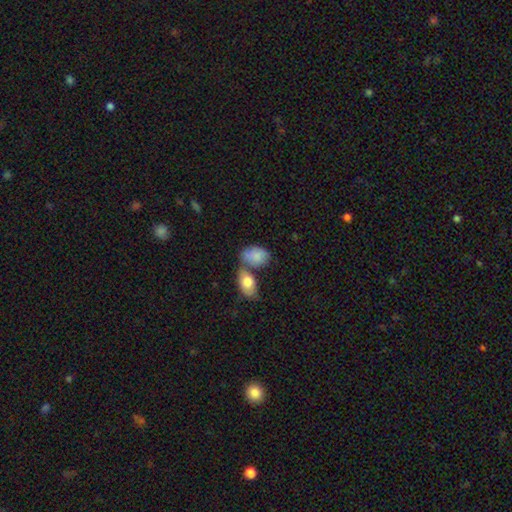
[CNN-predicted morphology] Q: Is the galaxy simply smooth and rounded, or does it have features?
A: smooth — 82%.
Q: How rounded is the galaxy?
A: in between — 87%.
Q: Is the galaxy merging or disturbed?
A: merger — 37%, tied with none.